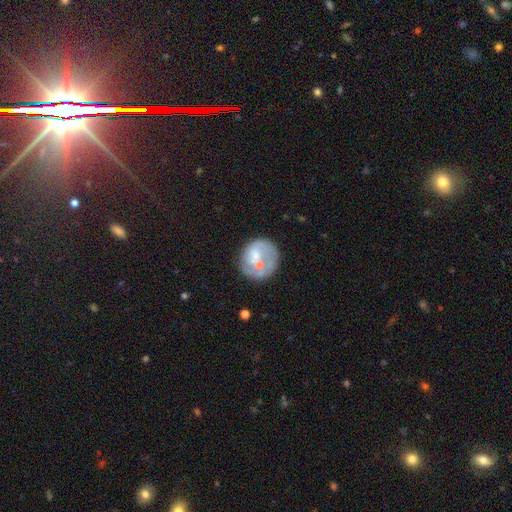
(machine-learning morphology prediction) smooth_or_featured: featured or disk (p=0.50) [alt: smooth p=0.42]
disk_edge_on: no (p=0.98) [alt: yes p=0.02]
merging: none (p=0.52) [alt: minor disturbance p=0.18]